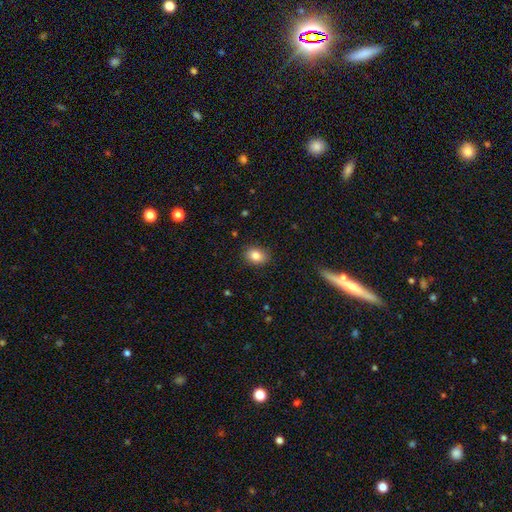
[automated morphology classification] A smooth galaxy with no disk features (84%) that is in between round and cigar-shaped (67%). Merging: none (87%).